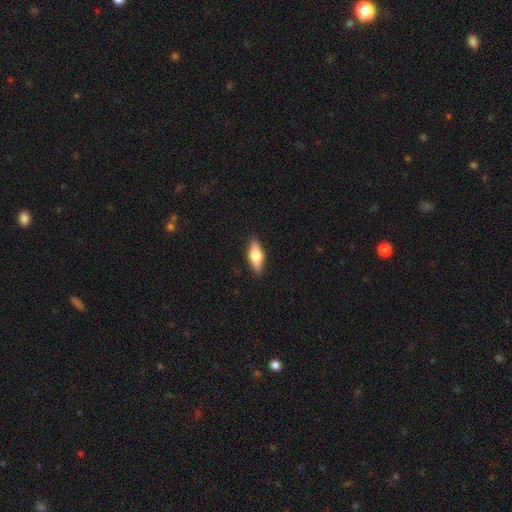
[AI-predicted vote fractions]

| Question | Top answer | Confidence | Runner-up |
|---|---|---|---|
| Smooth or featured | smooth | 66% | featured or disk (28%) |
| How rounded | in between | 67% | cigar-shaped (30%) |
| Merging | none | 89% | minor disturbance (8%) |